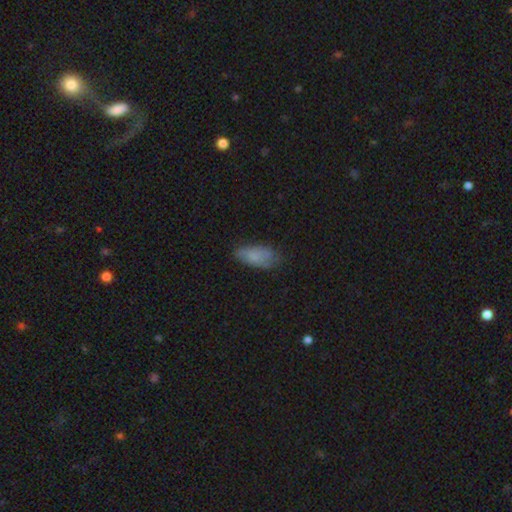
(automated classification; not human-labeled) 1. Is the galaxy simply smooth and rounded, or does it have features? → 76% smooth, 15% featured or disk, 8% star or artifact.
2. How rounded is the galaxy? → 87% in between, 11% cigar-shaped, 3% round.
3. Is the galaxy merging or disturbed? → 62% none, 28% minor disturbance, 8% major disturbance, 2% merger.